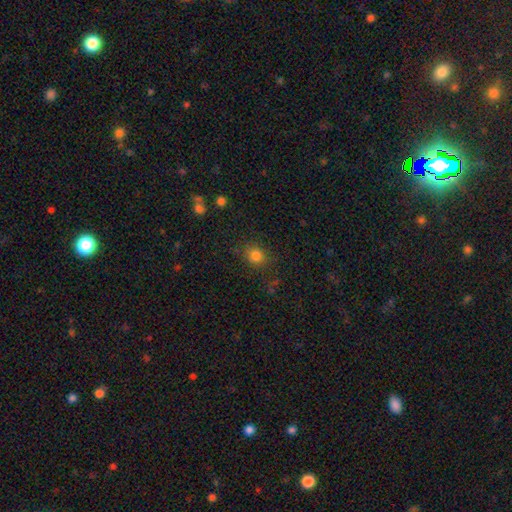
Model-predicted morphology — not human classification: Smooth or featured? smooth (80%)
How rounded? round (76%)
Merging? none (80%)